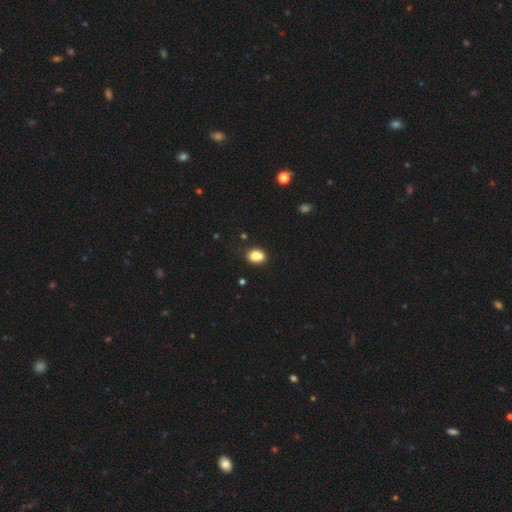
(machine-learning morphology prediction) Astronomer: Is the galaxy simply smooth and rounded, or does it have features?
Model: smooth — 82%.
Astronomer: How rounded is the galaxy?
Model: in between — 69%.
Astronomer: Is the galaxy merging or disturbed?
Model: none — 69%.